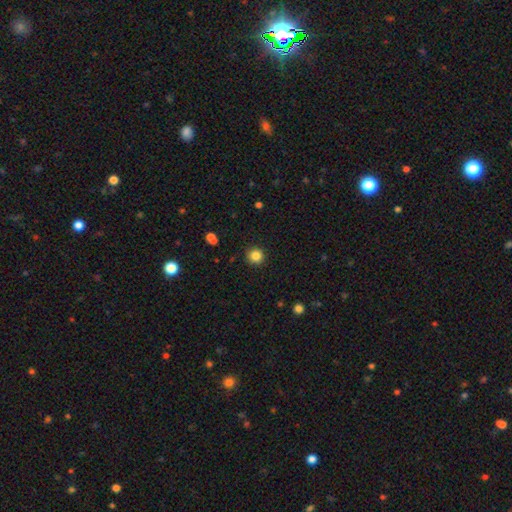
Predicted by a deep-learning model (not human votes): smooth-or-featured: smooth: 84% | star or artifact: 11% | featured or disk: 5%
  how-rounded: round: 94% | in between: 5% | cigar-shaped: 1%
  merging: none: 91% | minor disturbance: 6% | major disturbance: 2% | merger: 1%